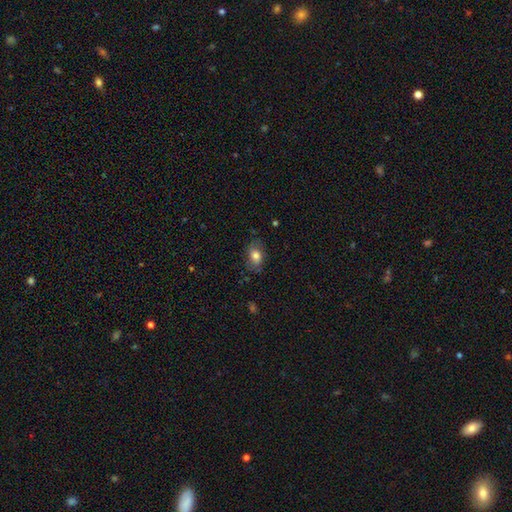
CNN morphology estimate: smooth-or-featured: smooth: 76% | featured or disk: 16% | star or artifact: 8%
  how-rounded: in between: 84% | round: 14% | cigar-shaped: 2%
  merging: none: 73% | minor disturbance: 20% | major disturbance: 6% | merger: 1%